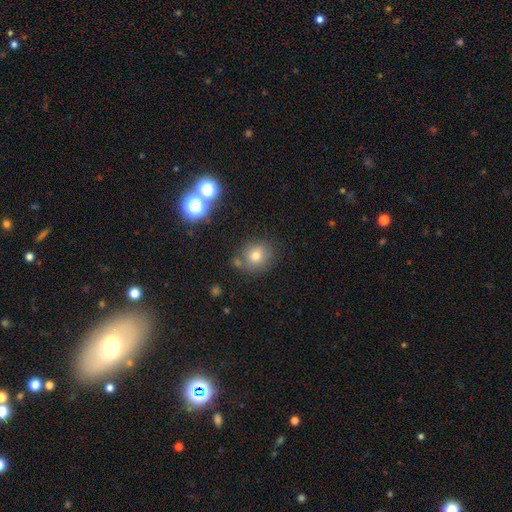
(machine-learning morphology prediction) smooth 75%, star or artifact 14%, featured or disk 11%. Down the decision tree: how rounded — round (82%); merging — none (69%).